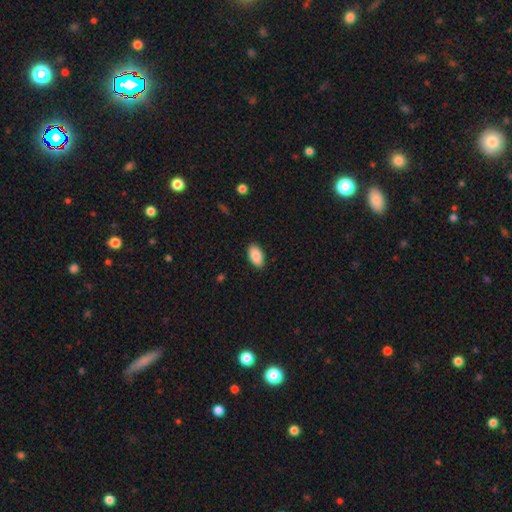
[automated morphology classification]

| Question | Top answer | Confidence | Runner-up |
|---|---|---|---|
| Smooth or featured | smooth | 88% | star or artifact (6%) |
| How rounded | in between | 95% | round (3%) |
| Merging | none | 89% | minor disturbance (8%) |